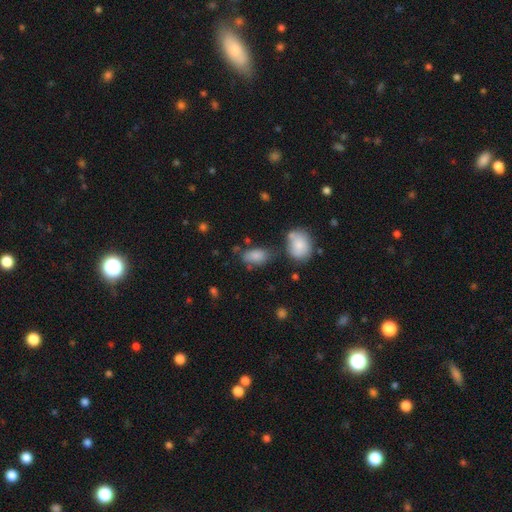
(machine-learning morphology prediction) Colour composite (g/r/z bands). It shows a smooth galaxy with no disk features (83%) that is in between round and cigar-shaped (91%). Merging: none (61%).